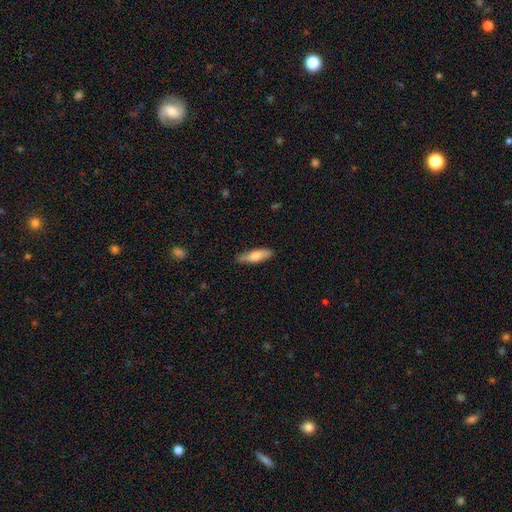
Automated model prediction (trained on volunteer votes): smooth 69%, featured or disk 25%, star or artifact 6%. Down the decision tree: how rounded — cigar-shaped (62%); merging — none (78%).